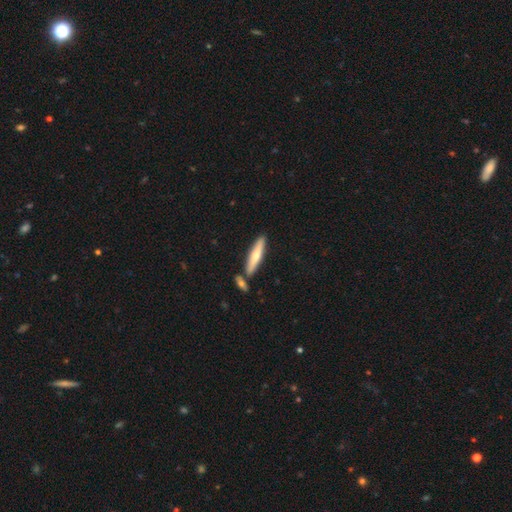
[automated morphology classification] Smooth or featured? smooth (59%)
How rounded? cigar-shaped (85%)
Merging? none (78%)